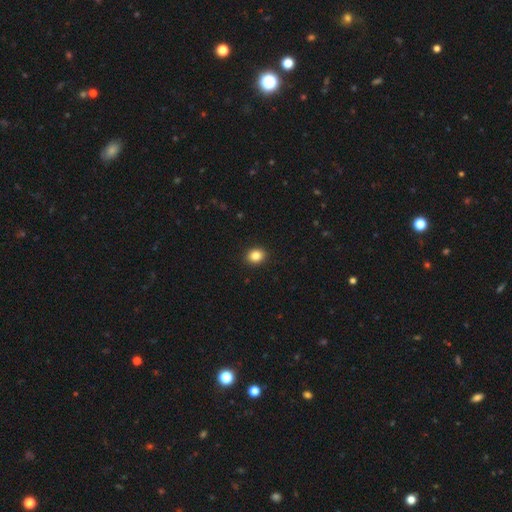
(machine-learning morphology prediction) Smooth or featured? Predicted: smooth (p=0.85). How rounded? Predicted: round (p=0.62). Merging? Predicted: none (p=0.92).